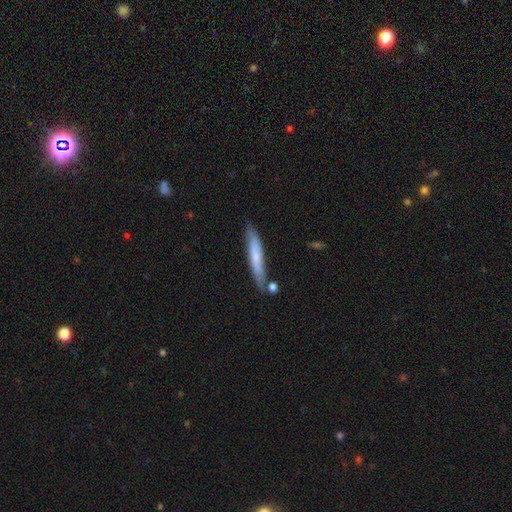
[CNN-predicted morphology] Overall: smooth (62%; featured or disk 32%). How rounded: cigar-shaped (93%). Merging: none (78%).